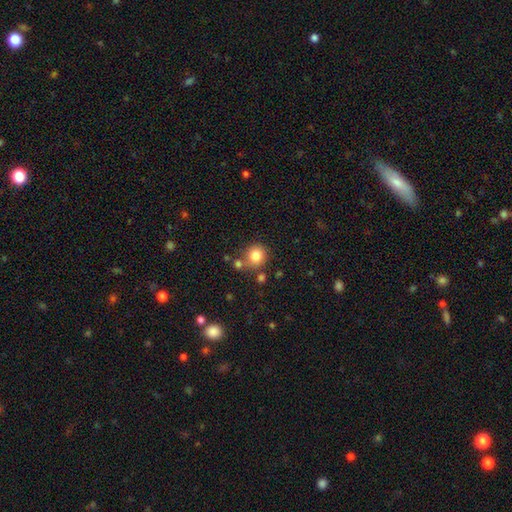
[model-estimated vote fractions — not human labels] smooth-or-featured: smooth: 82% | star or artifact: 11% | featured or disk: 7%
  how-rounded: round: 89% | in between: 10% | cigar-shaped: 1%
  merging: none: 74% | merger: 13% | minor disturbance: 10% | major disturbance: 3%